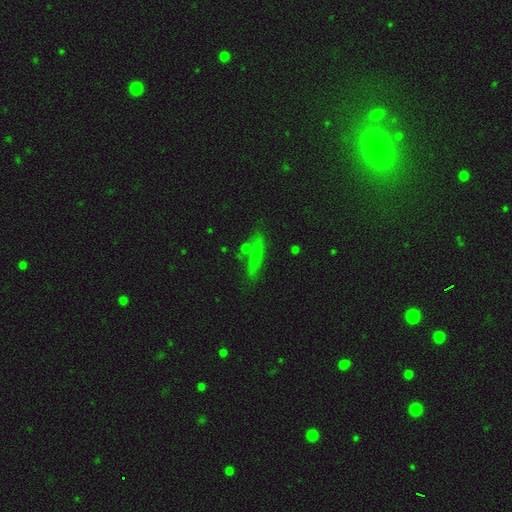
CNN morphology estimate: Smooth or featured: smooth — 55% (featured or disk — 30%)
How rounded: cigar-shaped — 80% (in between — 15%)
Merging: none — 78% (minor disturbance — 12%)